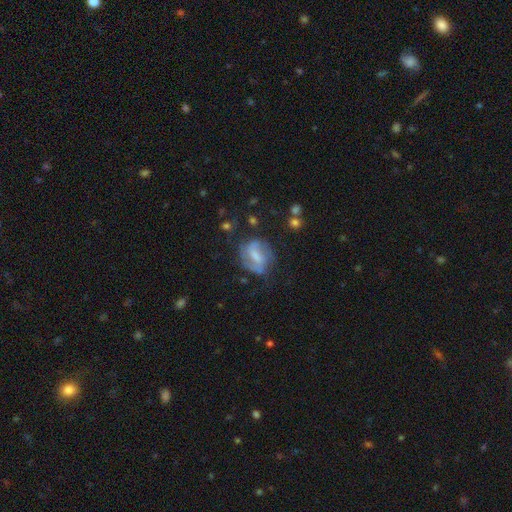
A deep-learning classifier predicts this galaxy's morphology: Smooth or featured? featured or disk (66%)
Edge-on disk? no (96%)
Bar? weak (47%)
Spiral arms? yes (81%)
Spiral winding? medium (45%)
Spiral arm count? 2 (74%)
Bulge size? moderate (38%)
Merging? none (61%)